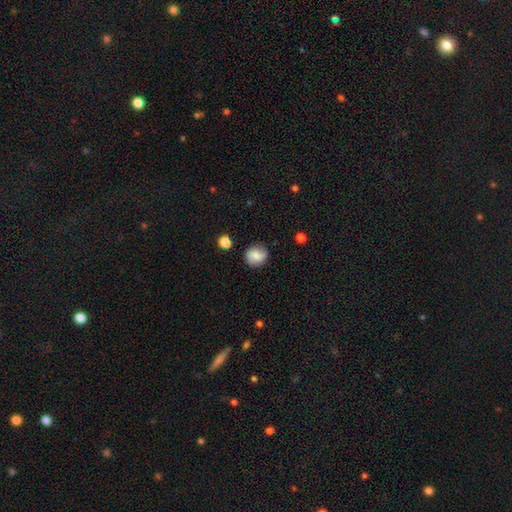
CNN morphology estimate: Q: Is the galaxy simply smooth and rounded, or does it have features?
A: smooth — 71%.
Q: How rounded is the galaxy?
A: round — 80%.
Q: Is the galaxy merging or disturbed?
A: none — 77%.